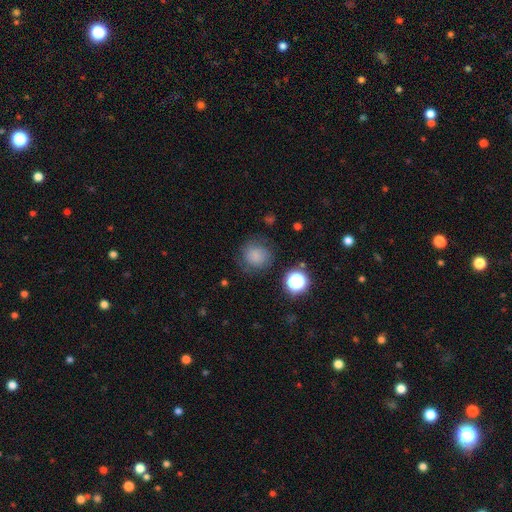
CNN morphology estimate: Q: Smooth or featured?
A: smooth (77%); runner-up: star or artifact (13%)
Q: How rounded?
A: round (86%); runner-up: in between (13%)
Q: Merging?
A: none (72%); runner-up: minor disturbance (17%)